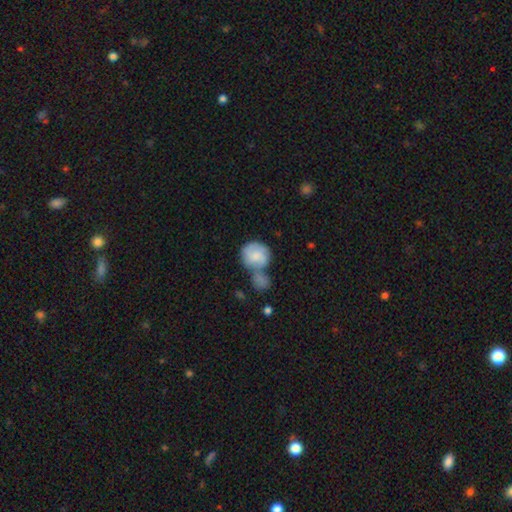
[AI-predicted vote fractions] Q: Smooth or featured?
A: smooth (68%); runner-up: featured or disk (26%)
Q: How rounded?
A: round (78%); runner-up: in between (21%)
Q: Merging?
A: merger (51%); runner-up: none (26%)